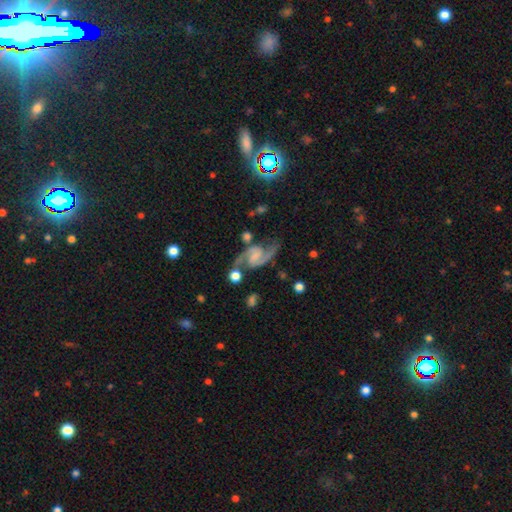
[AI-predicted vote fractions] The model was most divided on "bulge size": small: 41%, none: 38%, moderate: 16%, large: 4%, dominant: 1%. Remaining: spiral arms — yes (98%); edge-on disk — no (98%); spiral arm count — 2 (94%); smooth or featured — featured or disk (91%); merging — none (68%); spiral winding — medium (51%); bar — weak (46%).